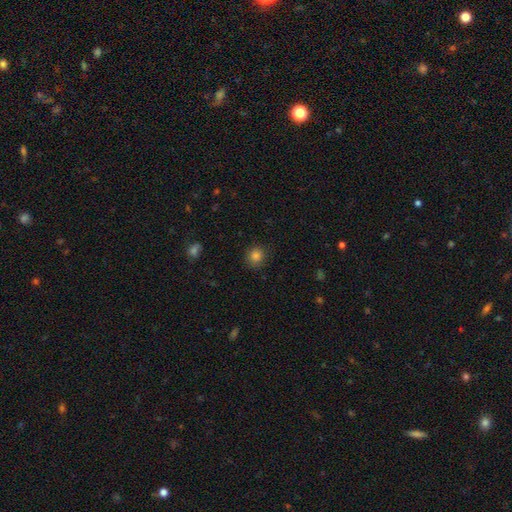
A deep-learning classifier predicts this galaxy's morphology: Smooth or featured: smooth — 83% (star or artifact — 13%)
How rounded: round — 84% (in between — 15%)
Merging: none — 86% (minor disturbance — 10%)